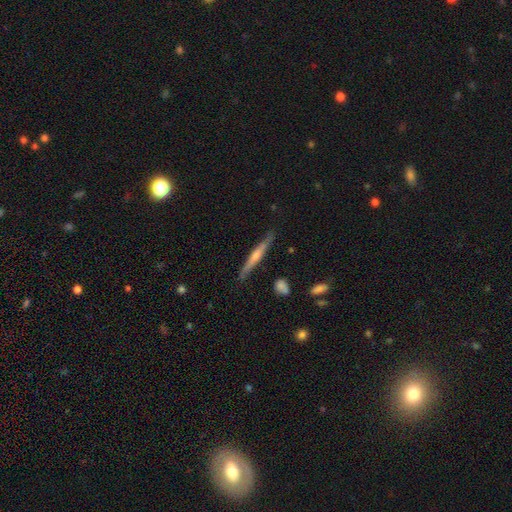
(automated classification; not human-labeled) featured or disk 63%, smooth 31%, star or artifact 6%. Down the decision tree: edge-on disk — yes (96%); edge-on bulge — rounded (67%); merging — none (86%).